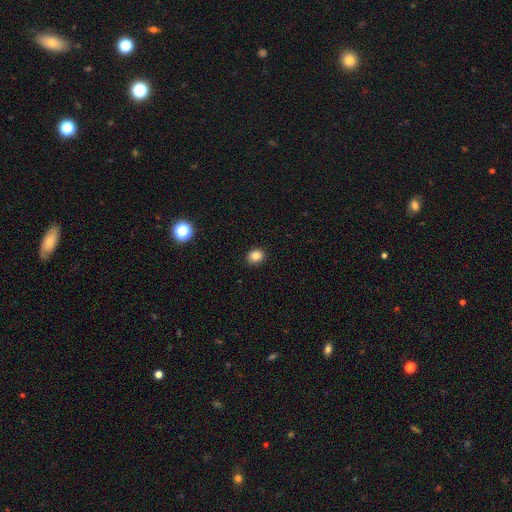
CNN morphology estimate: This appears to be a smooth galaxy with no disk features (85%) that is round (66%). Merging: none (91%).